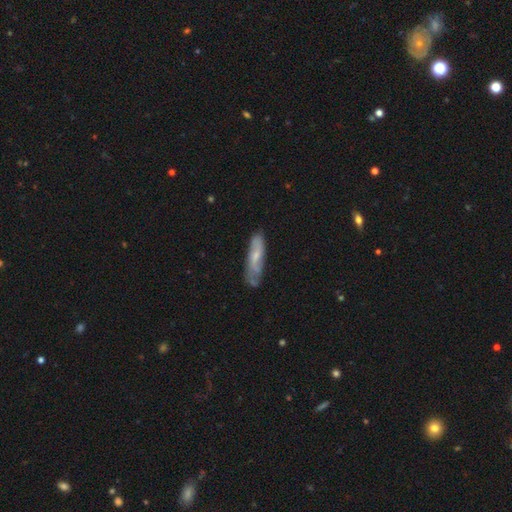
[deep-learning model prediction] featured or disk 53%, smooth 40%, star or artifact 7%. Down the decision tree: edge-on disk — no (68%); merging — none (64%).